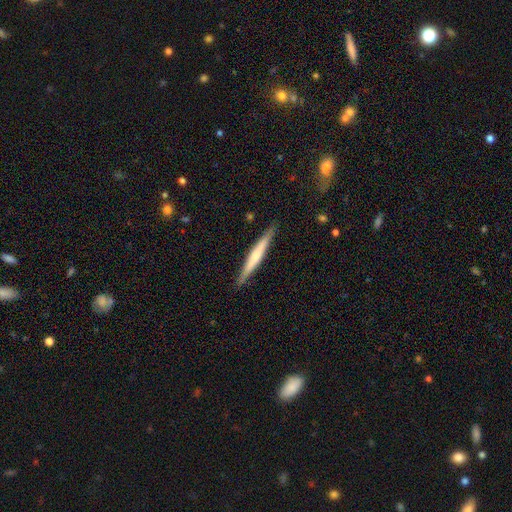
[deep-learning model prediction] Morphology: type=featured or disk (52%); edge-on=yes (97%); edge-on bulge=rounded (54%); merging=none (90%).